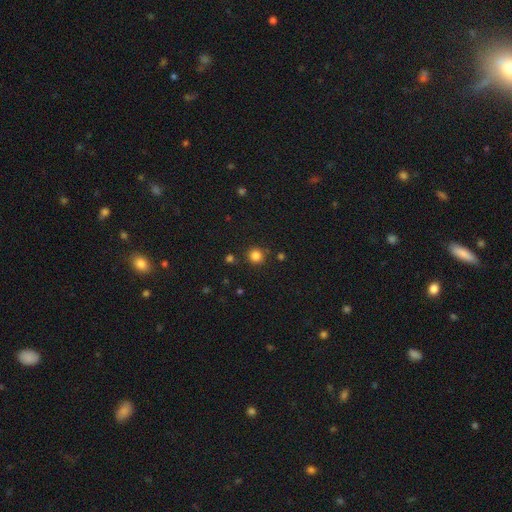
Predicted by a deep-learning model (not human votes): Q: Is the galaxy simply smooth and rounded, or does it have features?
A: smooth — 83%.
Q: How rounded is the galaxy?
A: round — 94%.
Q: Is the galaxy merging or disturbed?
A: none — 86%.